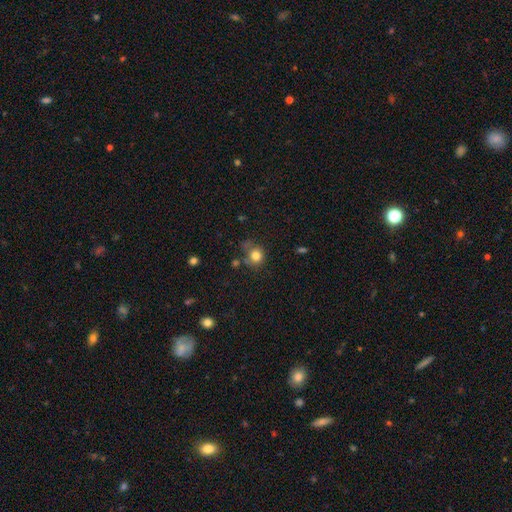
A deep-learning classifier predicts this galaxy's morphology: A smooth galaxy with no disk features (80%) that is round (85%).

Vote fractions:
- Smooth or featured? smooth: 80% / star or artifact: 12% / featured or disk: 8%
- How rounded? round: 85% / in between: 15% / cigar-shaped: 1%
- Merging? none: 61% / minor disturbance: 20% / merger: 11% / major disturbance: 8%